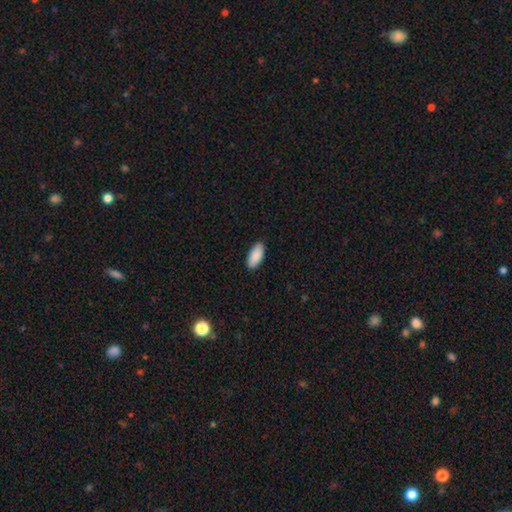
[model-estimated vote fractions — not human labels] Smooth or featured? smooth (90%)
How rounded? in between (90%)
Merging? none (89%)